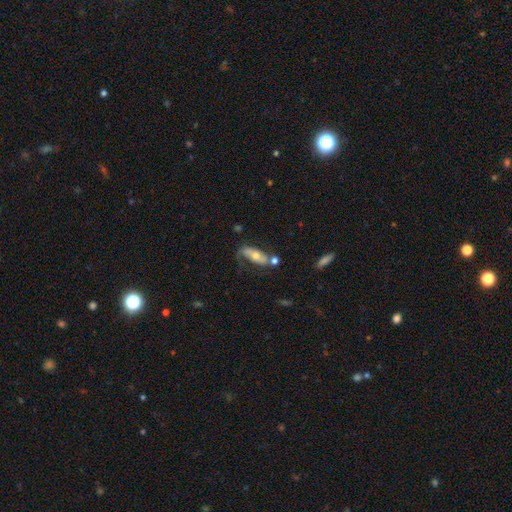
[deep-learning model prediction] smooth-or-featured: featured or disk: 51% | smooth: 42% | star or artifact: 7%
  disk-edge-on: no: 75% | yes: 25%
  merging: none: 44% | minor disturbance: 23% | major disturbance: 17% | merger: 15%